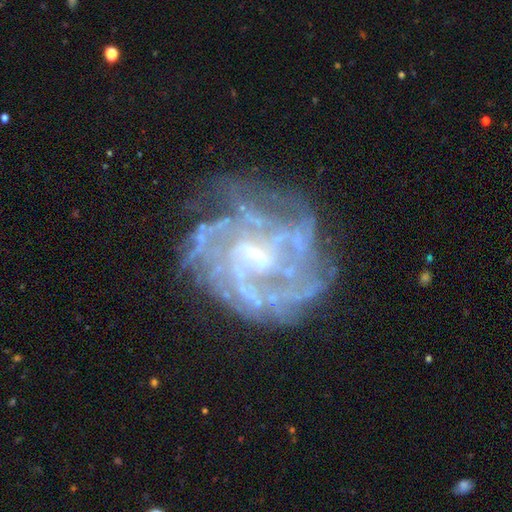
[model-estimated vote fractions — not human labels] Morphology: type=featured or disk (84%); edge-on=no (98%); bar=no (45%); spiral arms=yes (80%); winding=tight (53%); arm count=can't tell (44%); bulge=small (56%); merging=none (63%).